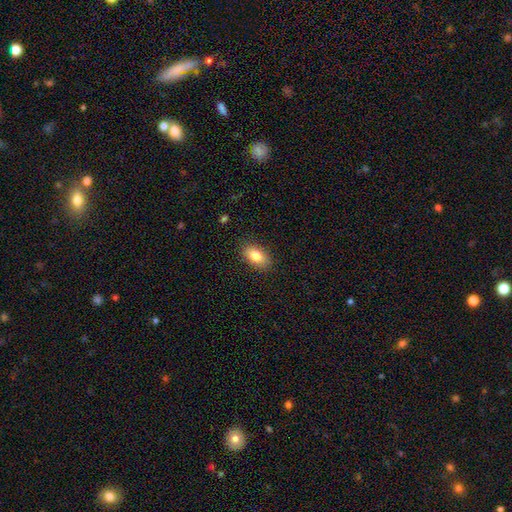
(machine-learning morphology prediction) Smooth or featured: smooth — 81% (featured or disk — 12%)
How rounded: in between — 90% (round — 7%)
Merging: none — 86% (minor disturbance — 10%)